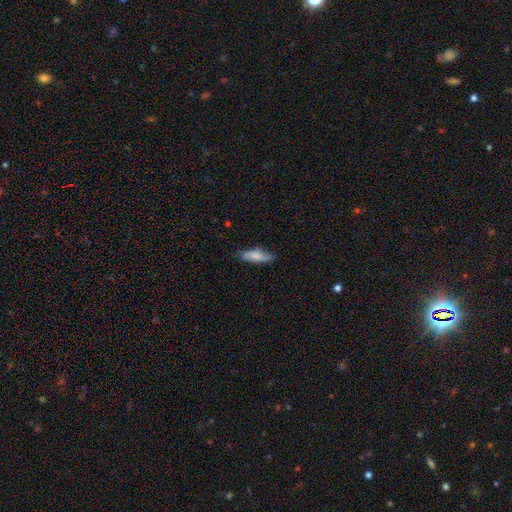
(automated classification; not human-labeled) Smooth or featured: smooth — 71% (featured or disk — 22%)
How rounded: in between — 54% (cigar-shaped — 44%)
Merging: none — 71% (minor disturbance — 23%)